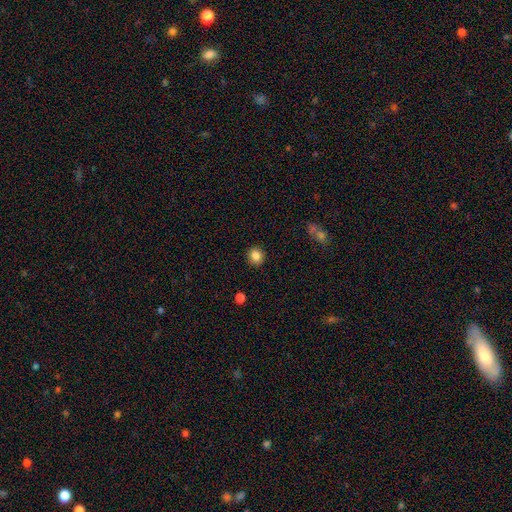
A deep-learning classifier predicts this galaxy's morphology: smooth 85%, star or artifact 10%, featured or disk 5%. Down the decision tree: how rounded — round (82%); merging — none (90%).